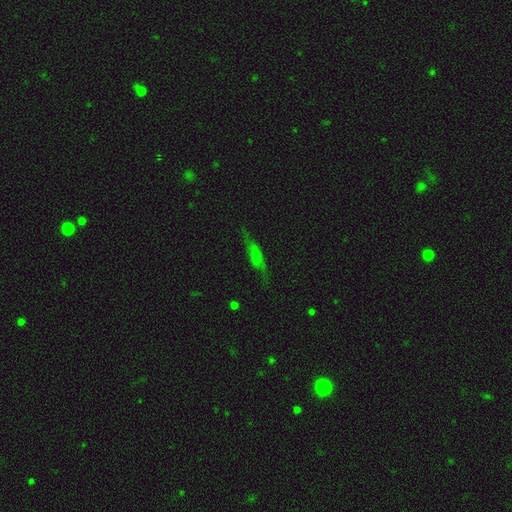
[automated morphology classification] Smooth or featured? smooth (53%)
How rounded? cigar-shaped (67%)
Merging? none (61%)